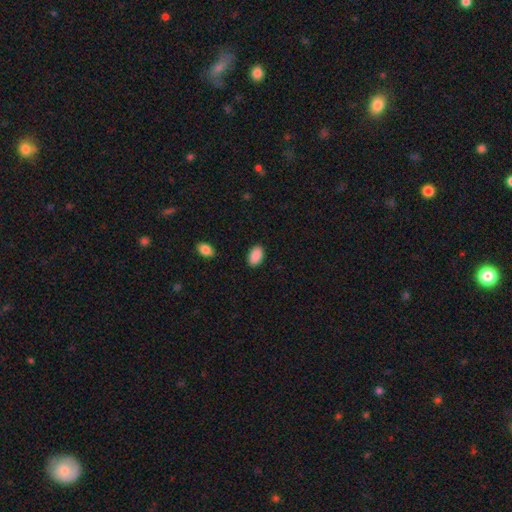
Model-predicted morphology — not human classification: type=smooth (90%); roundness=in between (93%); merging=none (88%).